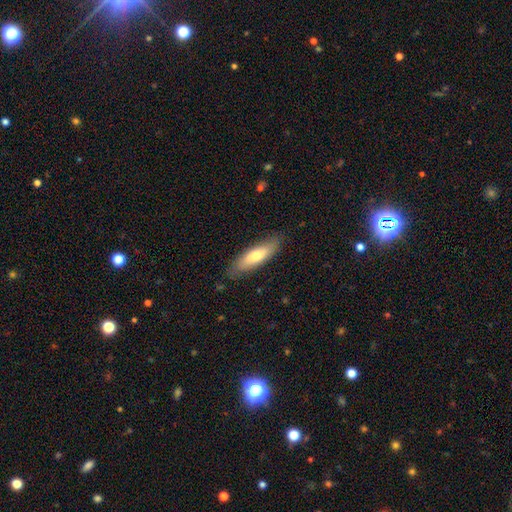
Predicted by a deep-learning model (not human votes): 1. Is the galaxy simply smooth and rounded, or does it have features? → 68% smooth, 26% featured or disk, 6% star or artifact.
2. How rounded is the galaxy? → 52% cigar-shaped, 46% in between, 2% round.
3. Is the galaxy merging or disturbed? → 82% none, 14% minor disturbance, 3% major disturbance, 1% merger.